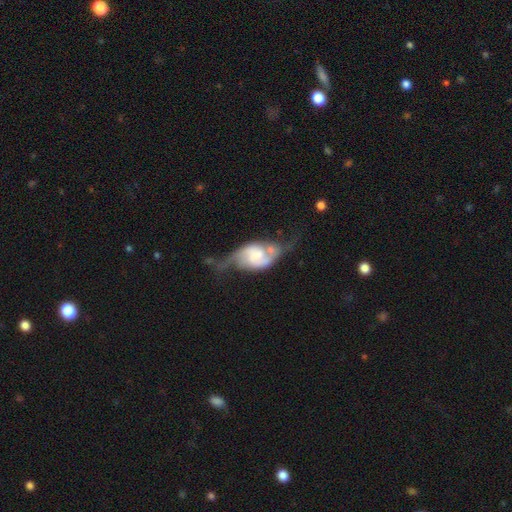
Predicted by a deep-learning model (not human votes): Q: Smooth or featured?
A: featured or disk (78%); runner-up: smooth (16%)
Q: Edge-on disk?
A: no (95%); runner-up: yes (5%)
Q: Bar?
A: no (46%); runner-up: weak (39%)
Q: Spiral arms?
A: yes (89%); runner-up: no (11%)
Q: Spiral winding?
A: loose (57%); runner-up: medium (32%)
Q: Spiral arm count?
A: 2 (89%); runner-up: can't tell (5%)
Q: Bulge size?
A: moderate (26%); tied with: small (26%)
Q: Merging?
A: none (34%); runner-up: major disturbance (28%)